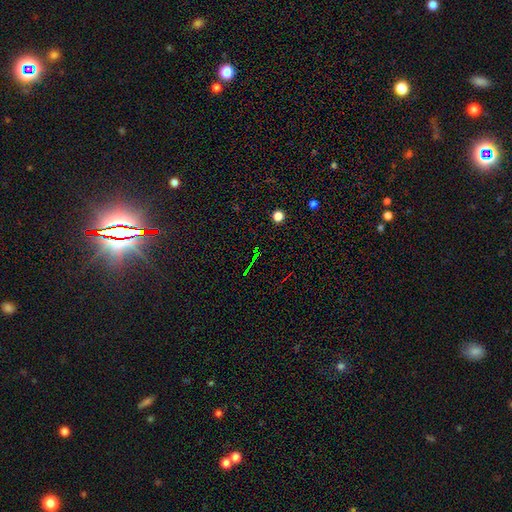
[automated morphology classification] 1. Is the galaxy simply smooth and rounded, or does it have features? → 71% star or artifact, 17% smooth, 12% featured or disk.